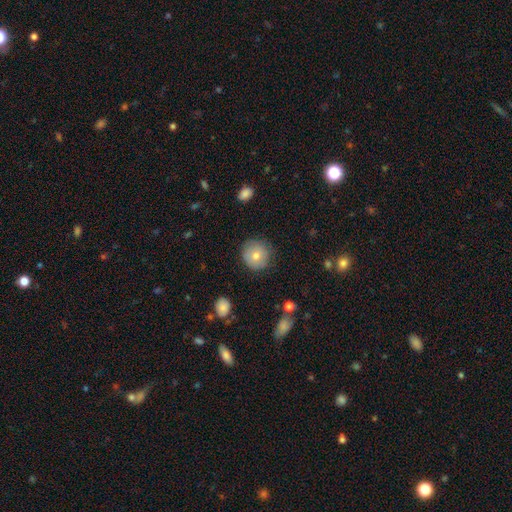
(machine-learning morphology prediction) A smooth galaxy with no disk features (75%) that is round (91%).

Vote fractions:
- Smooth or featured? smooth: 75% / featured or disk: 17% / star or artifact: 8%
- How rounded? round: 91% / in between: 8% / cigar-shaped: 1%
- Merging? none: 82% / minor disturbance: 13% / major disturbance: 3% / merger: 1%